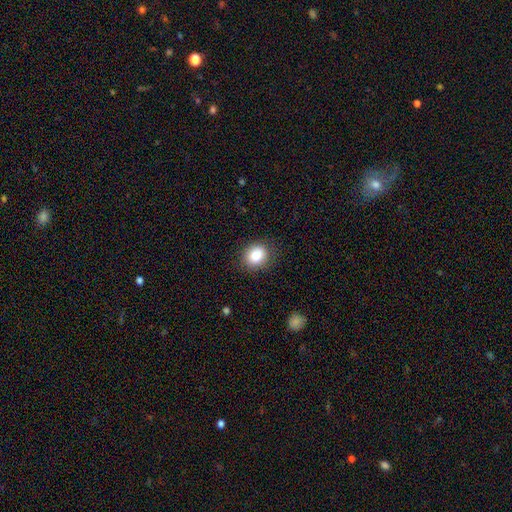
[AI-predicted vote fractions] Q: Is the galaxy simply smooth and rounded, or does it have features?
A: smooth — 84%.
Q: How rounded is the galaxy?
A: round — 65%.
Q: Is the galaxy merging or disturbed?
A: none — 86%.